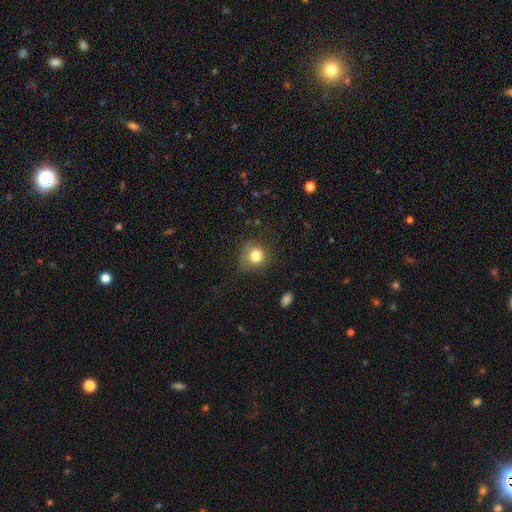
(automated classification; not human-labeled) Morphology: type=smooth (80%); roundness=round (82%); merging=none (65%).